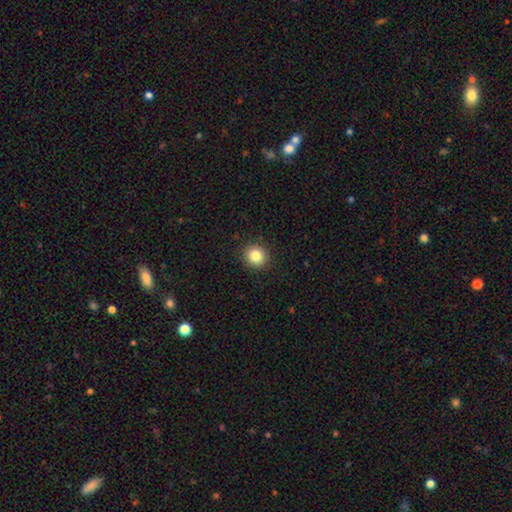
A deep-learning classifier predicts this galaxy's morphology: smooth-or-featured: smooth: 83% | star or artifact: 11% | featured or disk: 6%
  how-rounded: round: 88% | in between: 11% | cigar-shaped: 1%
  merging: none: 92% | minor disturbance: 6% | major disturbance: 2% | merger: 1%